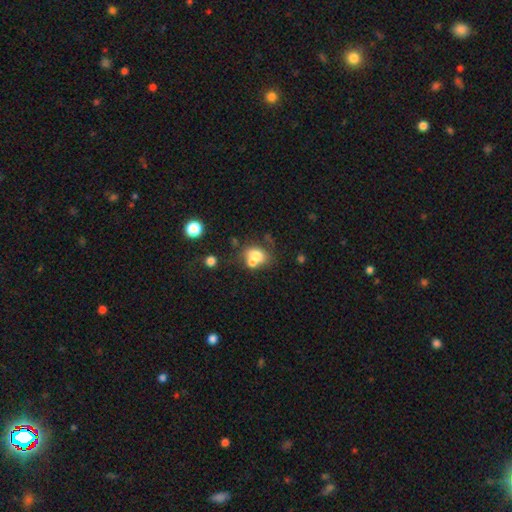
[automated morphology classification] A smooth galaxy with no disk features (71%) that is in between round and cigar-shaped (61%). Merging: merger (45%).